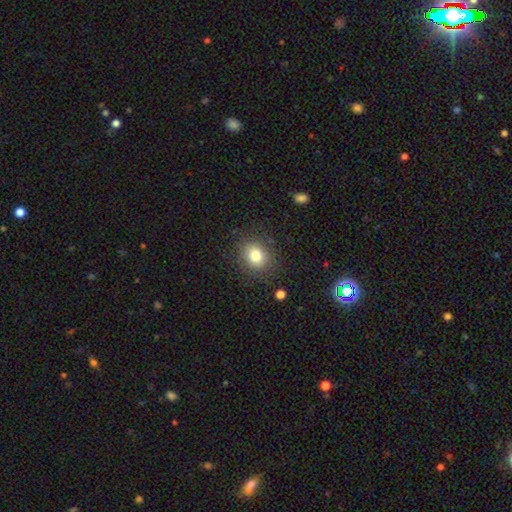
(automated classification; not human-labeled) Morphology: type=smooth (81%); roundness=round (63%); merging=none (84%).